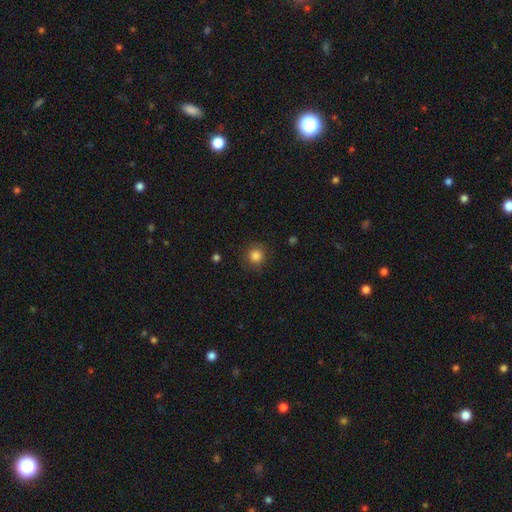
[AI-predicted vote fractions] Smooth or featured? smooth (85%)
How rounded? round (92%)
Merging? none (88%)